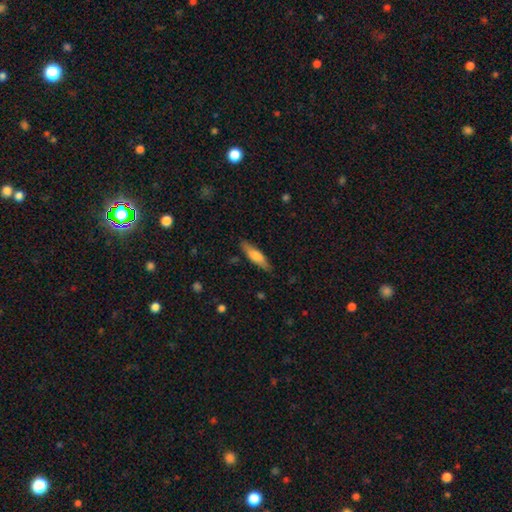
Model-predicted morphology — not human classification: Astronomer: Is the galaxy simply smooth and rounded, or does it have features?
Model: smooth — 64%.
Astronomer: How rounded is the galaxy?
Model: cigar-shaped — 68%.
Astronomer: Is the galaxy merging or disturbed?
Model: none — 84%.